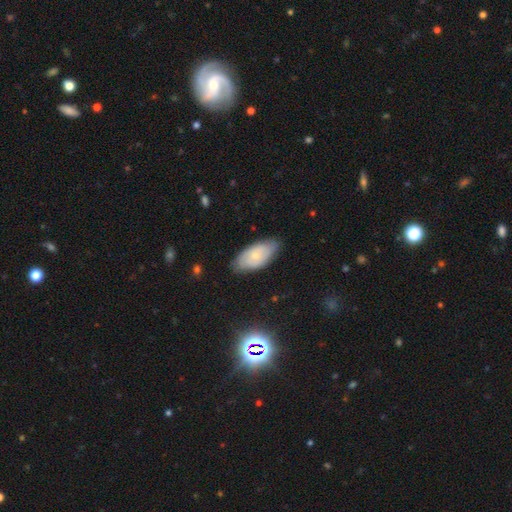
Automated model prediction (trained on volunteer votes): Smooth or featured?
  - smooth: 59% *
  - featured or disk: 34%
  - star or artifact: 7%
How rounded?
  - in between: 91% *
  - cigar-shaped: 6%
  - round: 3%
Merging?
  - none: 76% *
  - minor disturbance: 20%
  - major disturbance: 3%
  - merger: 1%